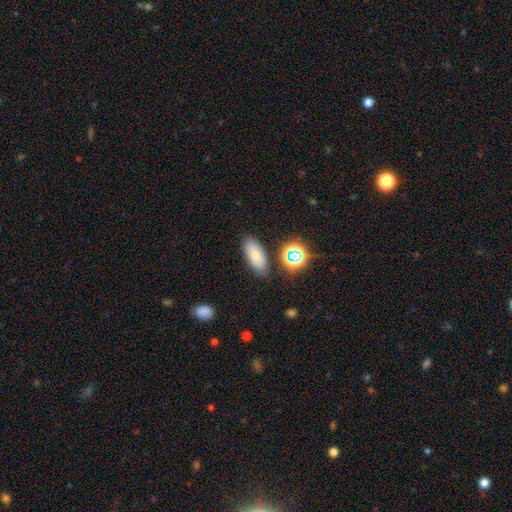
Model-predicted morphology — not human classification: smooth 73%, featured or disk 14%, star or artifact 13%. Down the decision tree: how rounded — in between (83%); merging — none (78%).